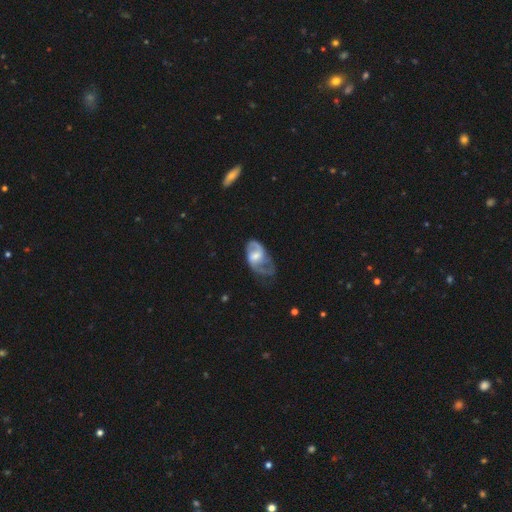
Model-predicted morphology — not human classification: type=featured or disk (71%); edge-on=no (96%); bar=weak (51%); spiral arms=yes (86%); winding=medium (45%); arm count=2 (66%); bulge=moderate (50%); merging=none (37%).